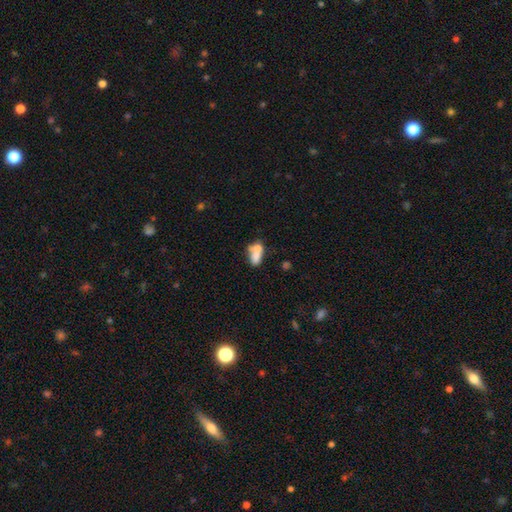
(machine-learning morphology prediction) The model was most divided on "merging": merger: 51%, none: 27%, minor disturbance: 13%, major disturbance: 9%. More confident: how rounded — in between (78%); smooth or featured — smooth (65%).